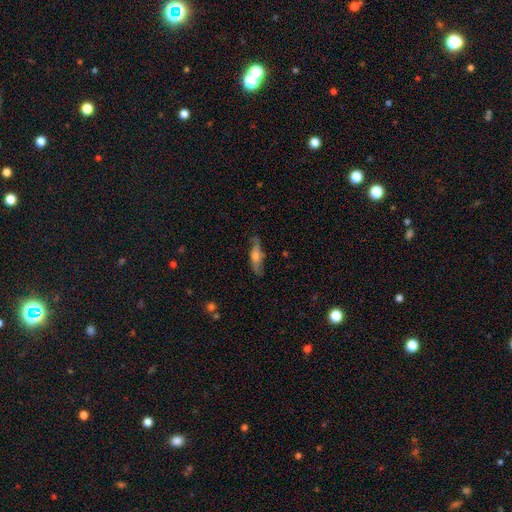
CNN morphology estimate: A featured or disk galaxy (52%) viewed edge-on (69%).

Vote fractions:
- Smooth or featured? featured or disk: 52% / smooth: 41% / star or artifact: 7%
- Edge-on disk? yes: 69% / no: 31%
- Merging? none: 73% / minor disturbance: 19% / major disturbance: 6% / merger: 2%